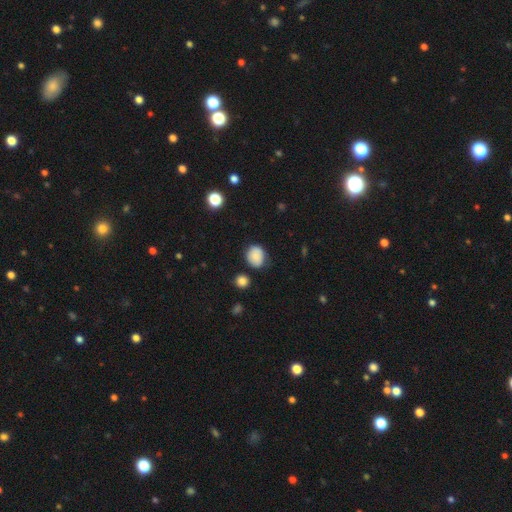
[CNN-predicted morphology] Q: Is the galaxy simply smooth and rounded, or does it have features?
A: smooth — 84%.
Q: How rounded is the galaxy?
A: round — 63%.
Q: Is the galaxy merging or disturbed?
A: none — 70%.